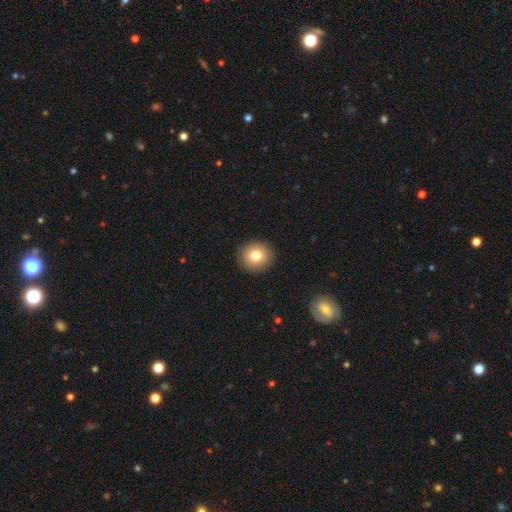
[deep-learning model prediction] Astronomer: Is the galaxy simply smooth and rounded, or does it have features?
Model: smooth — 78%.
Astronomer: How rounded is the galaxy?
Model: round — 92%.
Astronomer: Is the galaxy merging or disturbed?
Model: none — 92%.